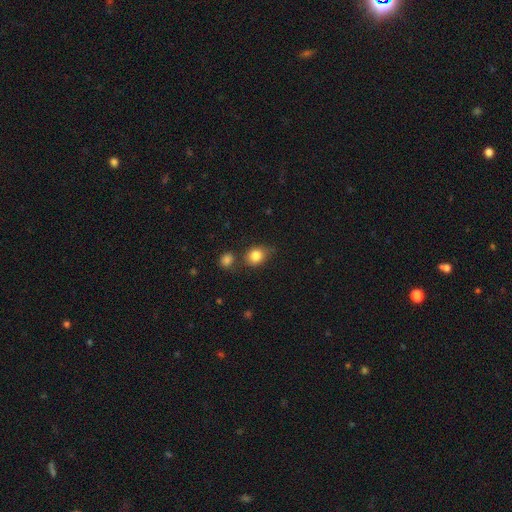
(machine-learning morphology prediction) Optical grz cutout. It shows a smooth galaxy with no disk features (83%) that is round (59%). Merging: none (61%).